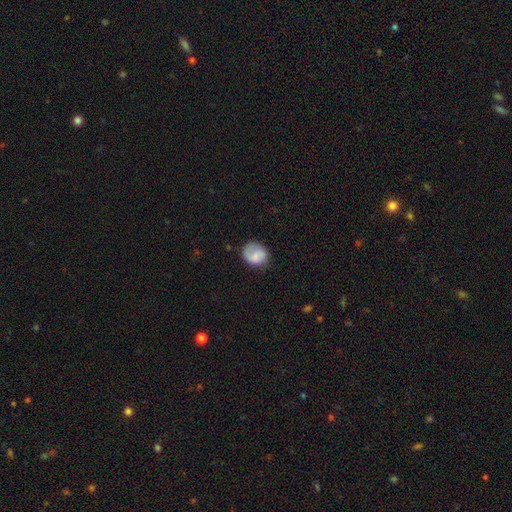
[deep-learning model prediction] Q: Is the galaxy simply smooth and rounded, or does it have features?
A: smooth — 70%.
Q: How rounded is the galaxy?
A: round — 63%.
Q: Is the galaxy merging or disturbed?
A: none — 59%.